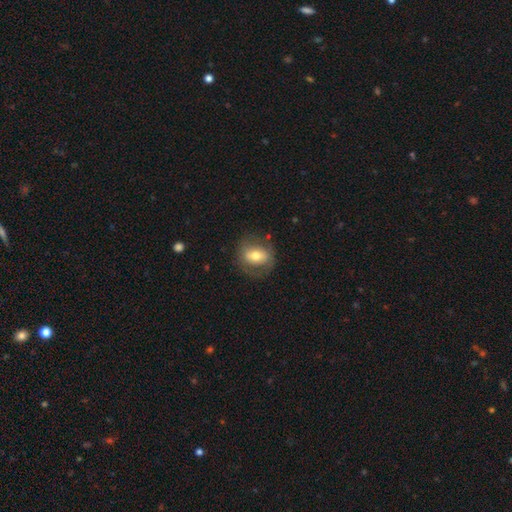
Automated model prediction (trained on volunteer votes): Smooth or featured?
  - smooth: 55% *
  - featured or disk: 38%
  - star or artifact: 7%
How rounded?
  - in between: 50% *
  - round: 48%
  - cigar-shaped: 2%
Merging?
  - none: 72% *
  - minor disturbance: 17%
  - major disturbance: 9%
  - merger: 2%